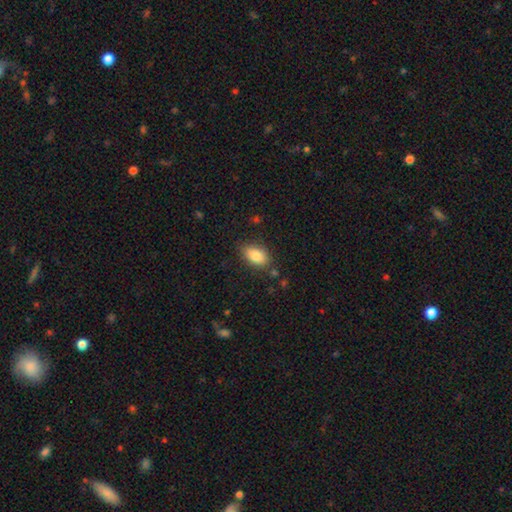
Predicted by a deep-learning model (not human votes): Q: Smooth or featured?
A: smooth (86%); runner-up: star or artifact (7%)
Q: How rounded?
A: in between (91%); runner-up: round (6%)
Q: Merging?
A: none (80%); runner-up: minor disturbance (14%)